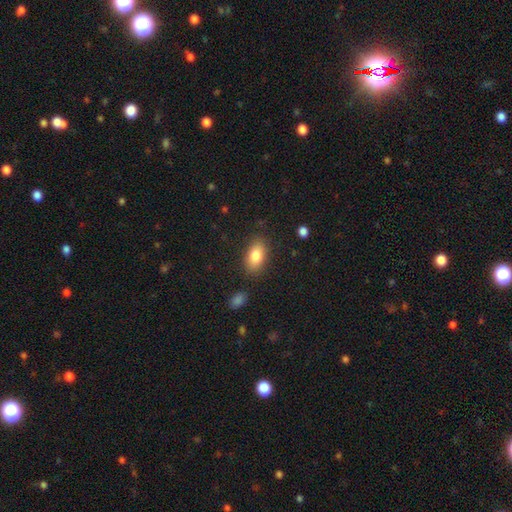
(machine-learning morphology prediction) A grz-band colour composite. It shows a smooth galaxy with no disk features (83%) that is in between round and cigar-shaped (90%). Merging: none (84%).